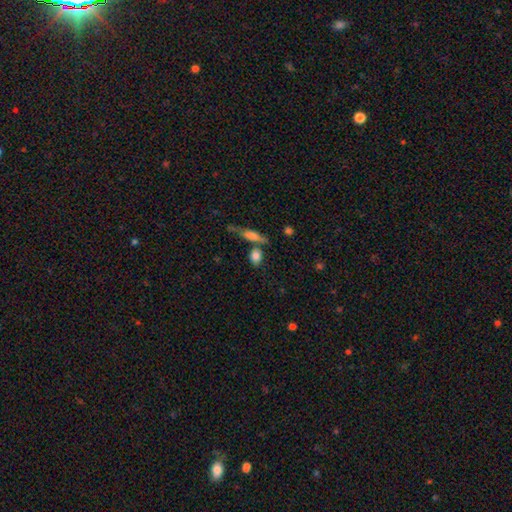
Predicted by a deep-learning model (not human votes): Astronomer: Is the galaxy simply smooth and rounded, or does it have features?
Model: smooth — 82%.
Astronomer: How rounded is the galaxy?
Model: in between — 61%.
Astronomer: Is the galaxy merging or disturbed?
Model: none — 61%.